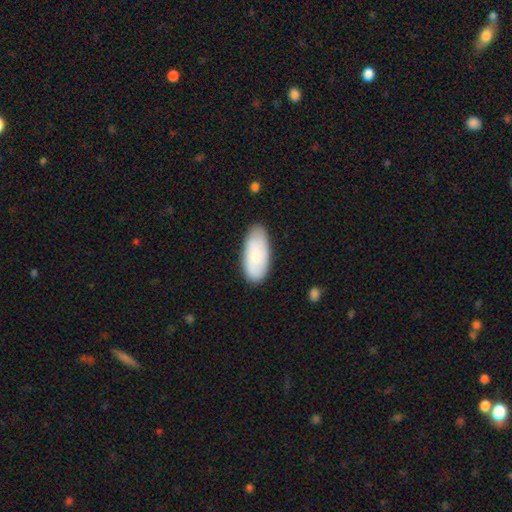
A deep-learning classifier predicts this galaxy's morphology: This is likely a smooth galaxy (80%). How rounded: clearly in between (90%). Merging: clearly none (81%).